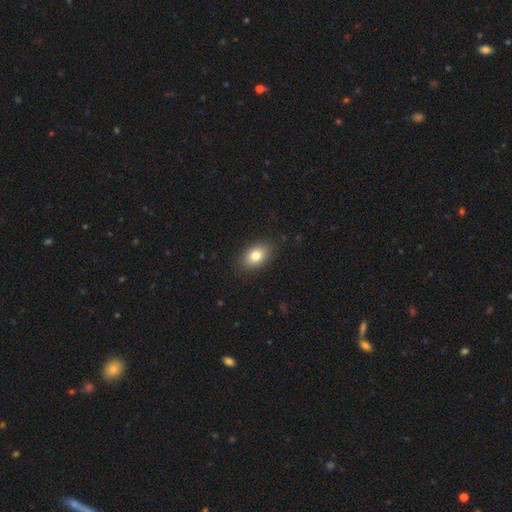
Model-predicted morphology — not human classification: A smooth galaxy with no disk features (81%) that is in between round and cigar-shaped (82%).

Vote fractions:
- Smooth or featured? smooth: 81% / featured or disk: 10% / star or artifact: 9%
- How rounded? in between: 82% / round: 16% / cigar-shaped: 1%
- Merging? none: 87% / minor disturbance: 10% / major disturbance: 2% / merger: 1%